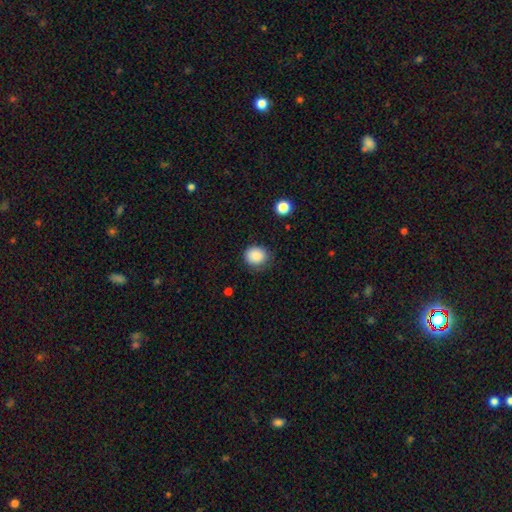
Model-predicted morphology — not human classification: Q: Smooth or featured?
A: smooth (87%); runner-up: star or artifact (9%)
Q: How rounded?
A: round (74%); runner-up: in between (25%)
Q: Merging?
A: none (80%); runner-up: minor disturbance (15%)